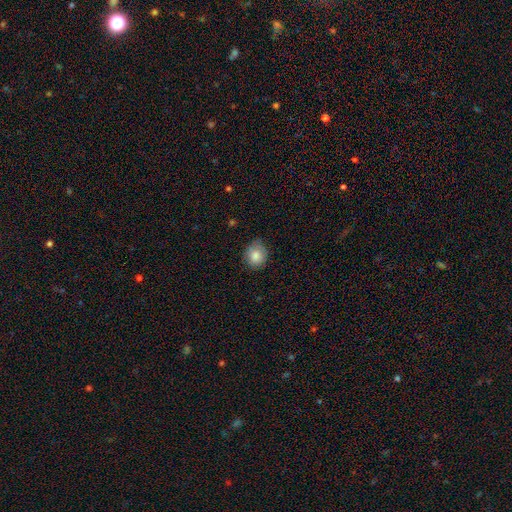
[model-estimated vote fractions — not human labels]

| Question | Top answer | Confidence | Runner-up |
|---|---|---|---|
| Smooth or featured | smooth | 81% | featured or disk (12%) |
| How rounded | round | 69% | in between (30%) |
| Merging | none | 72% | minor disturbance (23%) |